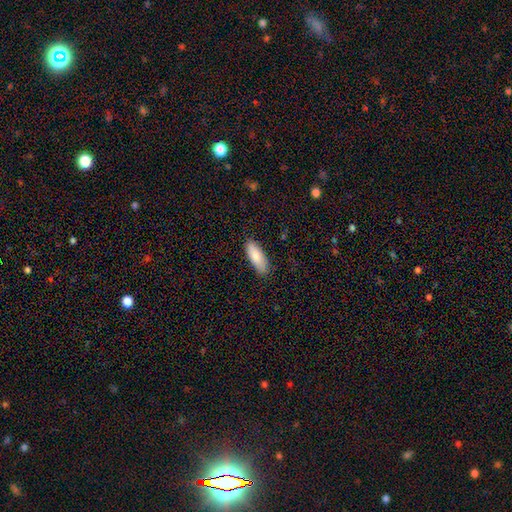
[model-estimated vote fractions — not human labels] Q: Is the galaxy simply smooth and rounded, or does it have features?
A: smooth — 83%.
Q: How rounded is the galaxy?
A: in between — 71%.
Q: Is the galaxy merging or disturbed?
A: none — 85%.